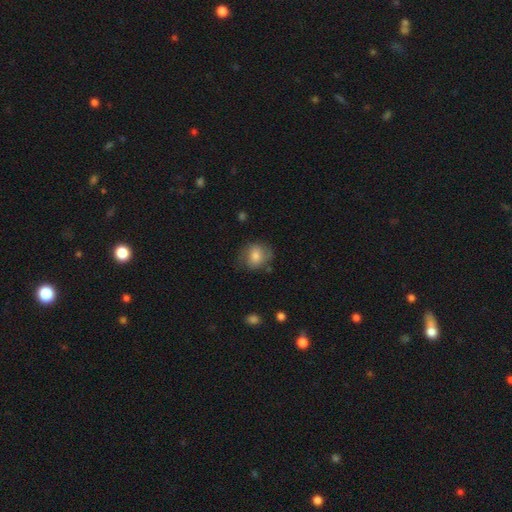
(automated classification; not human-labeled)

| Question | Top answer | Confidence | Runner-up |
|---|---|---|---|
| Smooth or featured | smooth | 71% | featured or disk (21%) |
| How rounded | round | 61% | in between (38%) |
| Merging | none | 65% | minor disturbance (24%) |